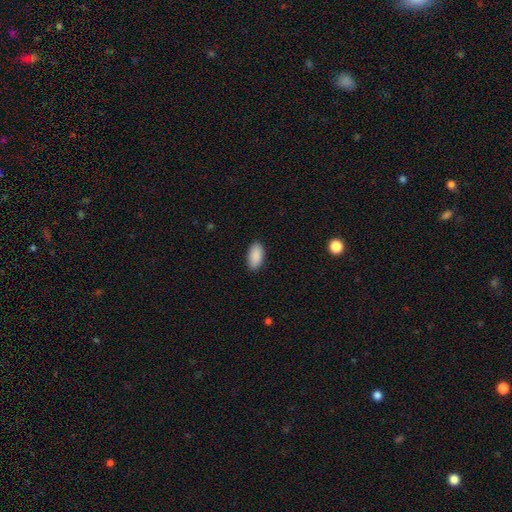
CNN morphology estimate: Smooth or featured: smooth — 91% (star or artifact — 6%)
How rounded: in between — 94% (cigar-shaped — 4%)
Merging: none — 88% (minor disturbance — 9%)